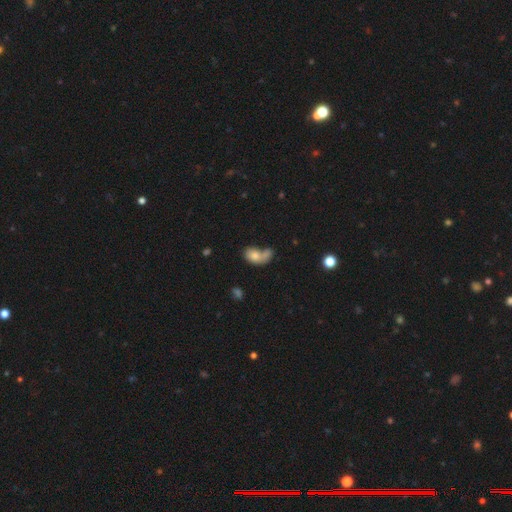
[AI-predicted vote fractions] The model was most divided on "merging": merger: 51%, none: 25%, major disturbance: 13%, minor disturbance: 11%. More confident: how rounded — in between (79%); smooth or featured — smooth (75%).